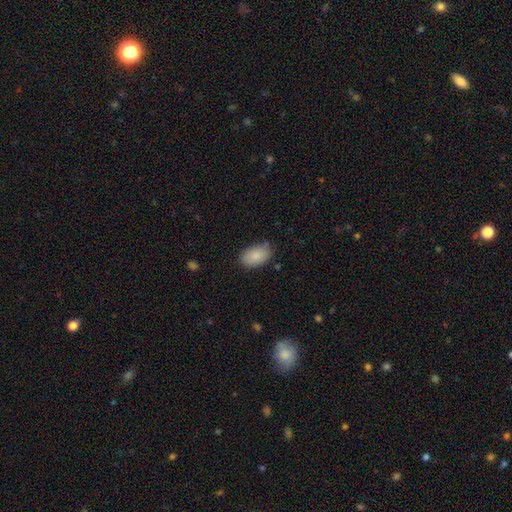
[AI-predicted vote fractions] Q: Smooth or featured?
A: smooth (88%); runner-up: star or artifact (6%)
Q: How rounded?
A: in between (93%); runner-up: round (6%)
Q: Merging?
A: none (76%); runner-up: minor disturbance (19%)